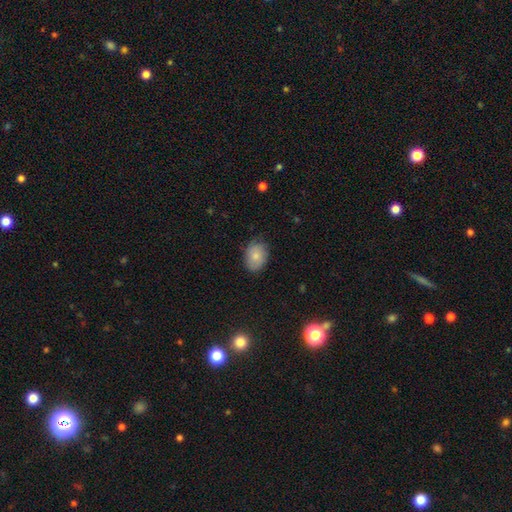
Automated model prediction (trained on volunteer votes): smooth-or-featured: smooth: 79% | featured or disk: 14% | star or artifact: 7%
  how-rounded: in between: 68% | round: 31% | cigar-shaped: 1%
  merging: none: 75% | minor disturbance: 20% | major disturbance: 4% | merger: 1%